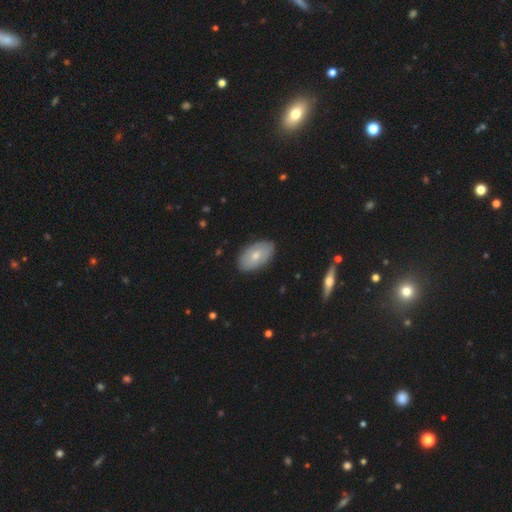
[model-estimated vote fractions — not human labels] A smooth galaxy with no disk features (63%) that is in between round and cigar-shaped (94%). Merging: none (86%).